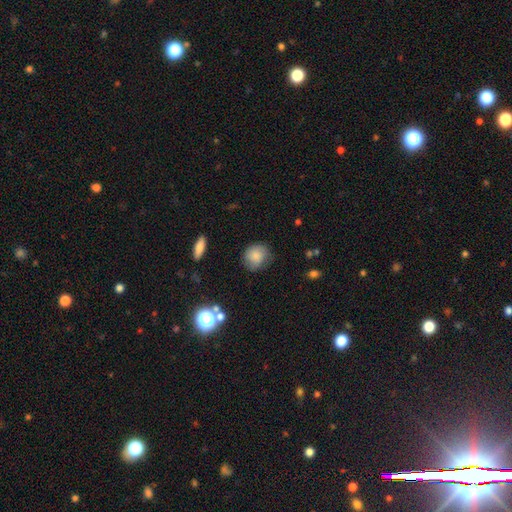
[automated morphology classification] type=smooth (81%); roundness=round (76%); merging=none (71%).